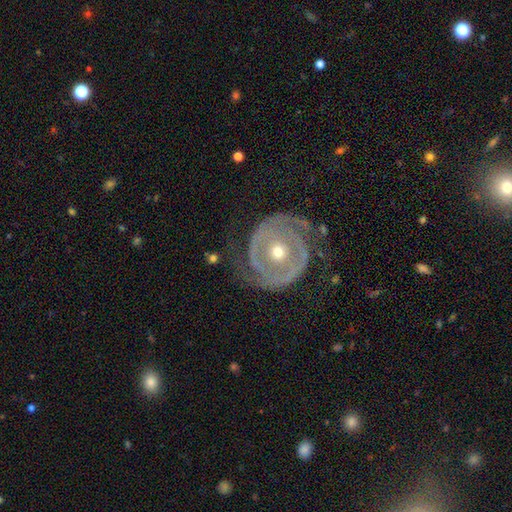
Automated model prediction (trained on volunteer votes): A featured or disk galaxy (88%) with no bar (72%), 2 (74%) tight (72%) spiral arms (92%) and a moderate central bulge (66%).

Vote fractions:
- Smooth or featured? featured or disk: 88% / smooth: 7% / star or artifact: 5%
- Edge-on disk? no: 97% / yes: 3%
- Bar? no: 72% / weak: 18% / strong: 10%
- Spiral arms? yes: 92% / no: 8%
- Spiral winding? tight: 72% / medium: 22% / loose: 6%
- Spiral arm count? 2: 74% / can't tell: 9% / 3: 6% / 1: 6% / 4: 3% / more than 4: 2%
- Bulge size? moderate: 66% / small: 30% / large: 2% / dominant: 1% / none: 1%
- Merging? none: 76% / minor disturbance: 15% / major disturbance: 7% / merger: 2%